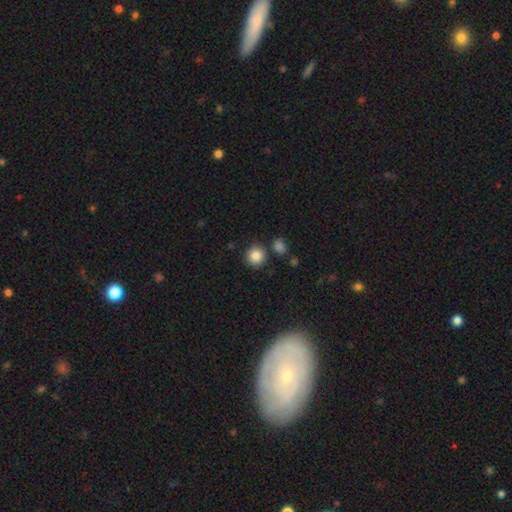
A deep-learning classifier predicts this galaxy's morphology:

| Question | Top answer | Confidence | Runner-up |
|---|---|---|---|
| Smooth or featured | smooth | 86% | star or artifact (9%) |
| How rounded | round | 92% | in between (7%) |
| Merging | none | 84% | minor disturbance (8%) |